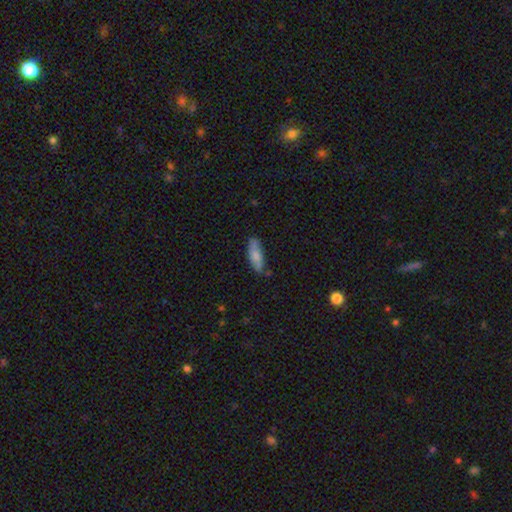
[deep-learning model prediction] Q: Smooth or featured?
A: smooth (77%); runner-up: featured or disk (17%)
Q: How rounded?
A: in between (58%); runner-up: cigar-shaped (40%)
Q: Merging?
A: none (71%); runner-up: minor disturbance (22%)